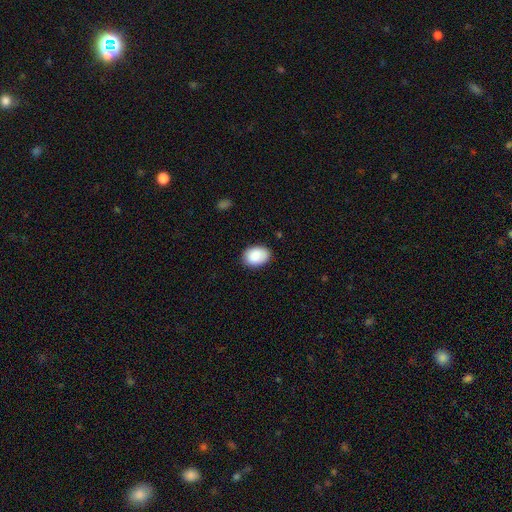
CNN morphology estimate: Smooth or featured?
  - smooth: 86% *
  - star or artifact: 7%
  - featured or disk: 7%
How rounded?
  - in between: 79% *
  - round: 20%
  - cigar-shaped: 1%
Merging?
  - none: 83% *
  - minor disturbance: 13%
  - major disturbance: 2%
  - merger: 1%